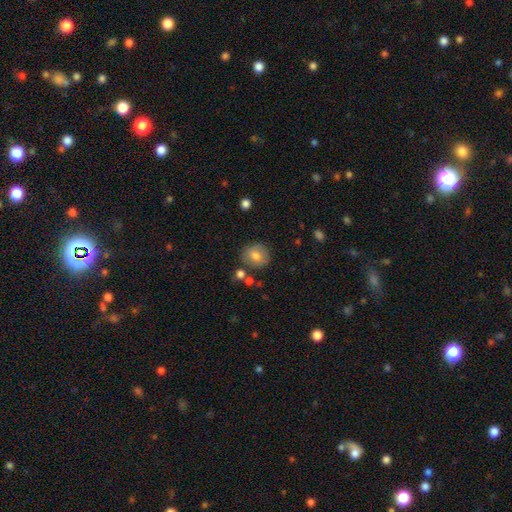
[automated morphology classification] smooth 77%, featured or disk 14%, star or artifact 9%. Down the decision tree: how rounded — round (85%); merging — none (79%).